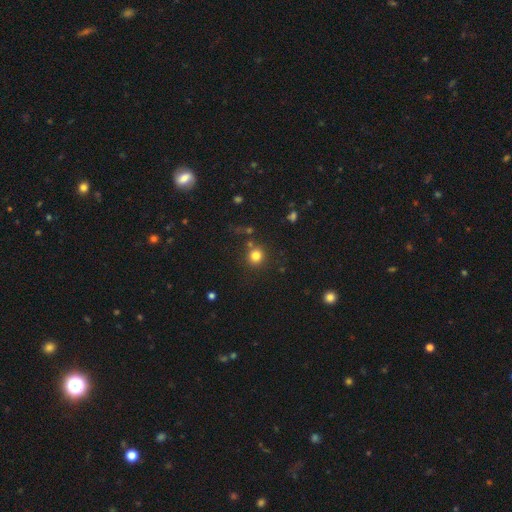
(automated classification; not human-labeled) smooth-or-featured: smooth: 81% | star or artifact: 14% | featured or disk: 6%
  how-rounded: round: 92% | in between: 7% | cigar-shaped: 1%
  merging: none: 82% | minor disturbance: 8% | merger: 6% | major disturbance: 3%